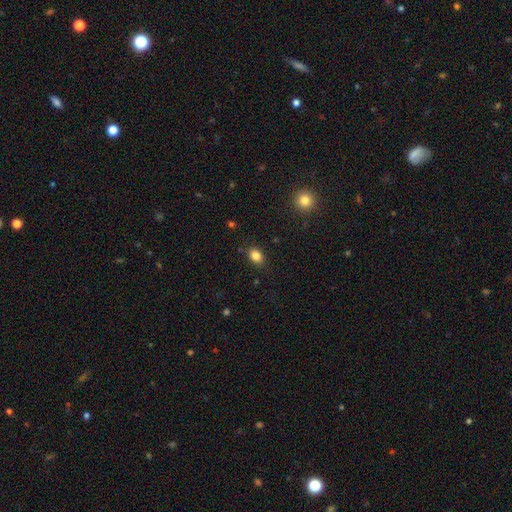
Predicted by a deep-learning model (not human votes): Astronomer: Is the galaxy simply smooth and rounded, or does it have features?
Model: smooth — 84%.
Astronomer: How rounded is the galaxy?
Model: in between — 69%.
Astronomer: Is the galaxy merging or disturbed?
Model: none — 84%.